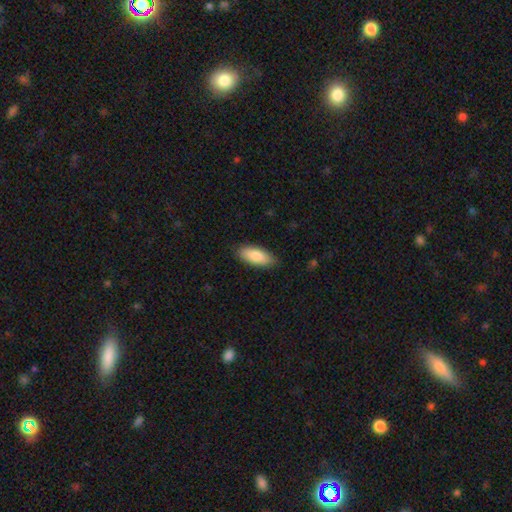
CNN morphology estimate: This appears to be a smooth galaxy with no disk features (84%) that is in between round and cigar-shaped (82%). Merging: none (85%).